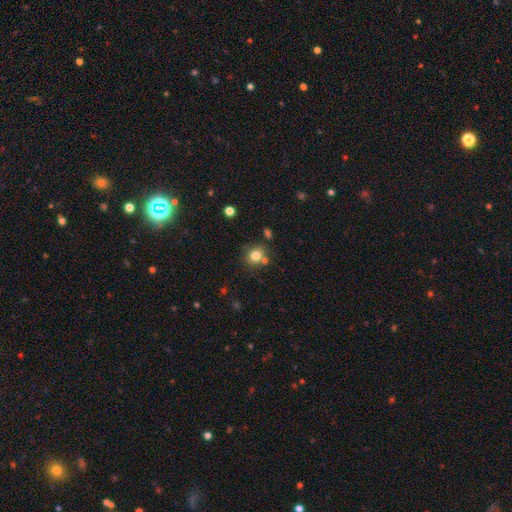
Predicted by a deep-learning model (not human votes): A smooth galaxy with no disk features (80%) that is round (74%). Merging: none (70%).